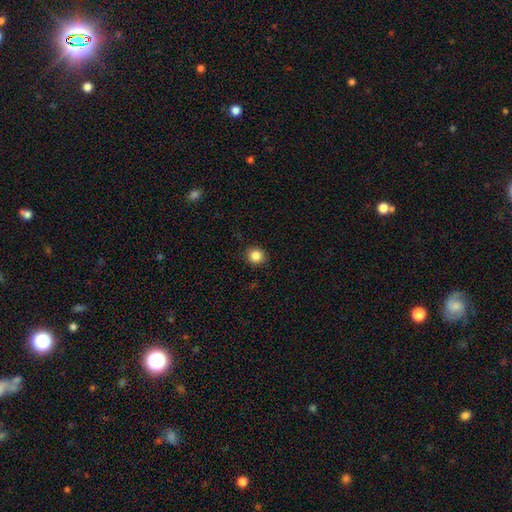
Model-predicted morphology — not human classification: The model was most divided on "smooth or featured": smooth: 86%, star or artifact: 10%, featured or disk: 4%. More confident: merging — none (90%); how rounded — round (88%).